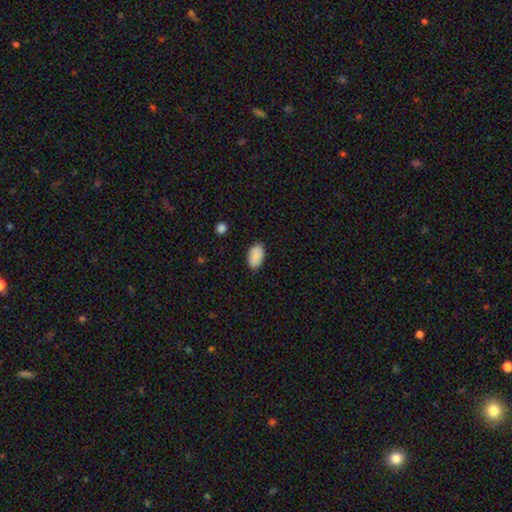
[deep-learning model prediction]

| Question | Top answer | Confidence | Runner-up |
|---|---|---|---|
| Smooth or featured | smooth | 89% | star or artifact (6%) |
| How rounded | in between | 94% | round (5%) |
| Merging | none | 86% | minor disturbance (10%) |